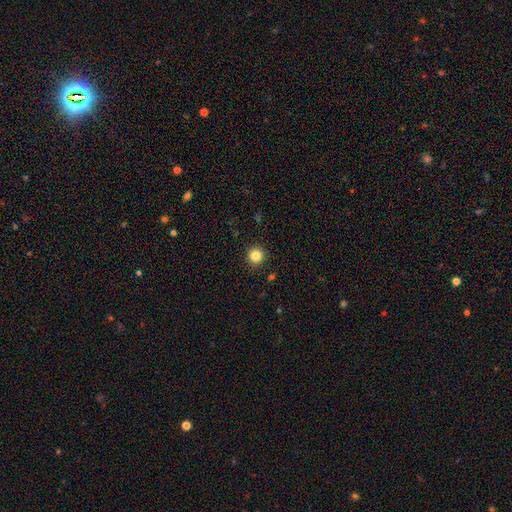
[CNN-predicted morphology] Smooth or featured: smooth — 84% (star or artifact — 12%)
How rounded: round — 96% (in between — 3%)
Merging: none — 93% (minor disturbance — 5%)